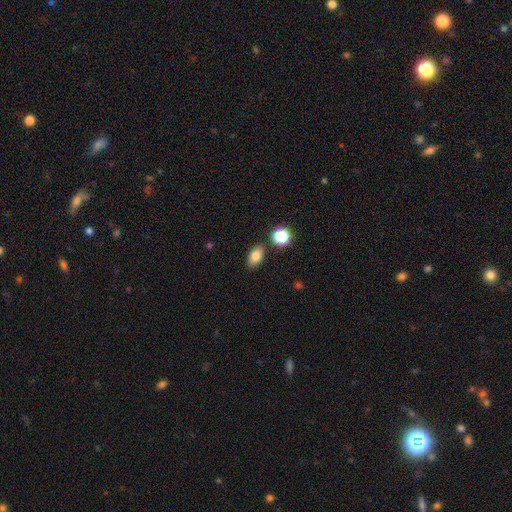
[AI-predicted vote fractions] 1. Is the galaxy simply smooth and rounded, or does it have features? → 81% smooth, 10% star or artifact, 8% featured or disk.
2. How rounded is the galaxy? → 84% in between, 14% round, 2% cigar-shaped.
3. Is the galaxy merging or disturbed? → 83% none, 10% minor disturbance, 5% merger, 2% major disturbance.